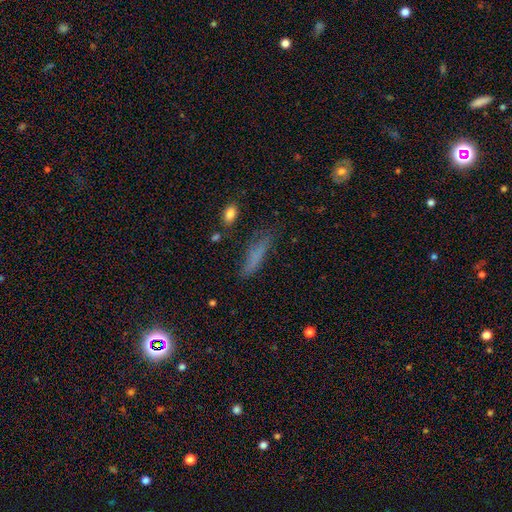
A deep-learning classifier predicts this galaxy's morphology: Smooth or featured: smooth — 69% (featured or disk — 18%)
How rounded: cigar-shaped — 74% (in between — 24%)
Merging: none — 68% (minor disturbance — 21%)